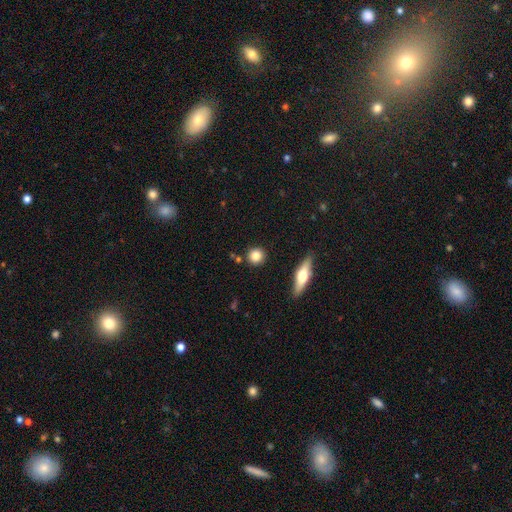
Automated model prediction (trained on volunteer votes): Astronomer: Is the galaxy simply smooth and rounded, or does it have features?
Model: smooth — 82%.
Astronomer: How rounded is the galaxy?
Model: round — 90%.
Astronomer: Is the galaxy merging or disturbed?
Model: none — 87%.